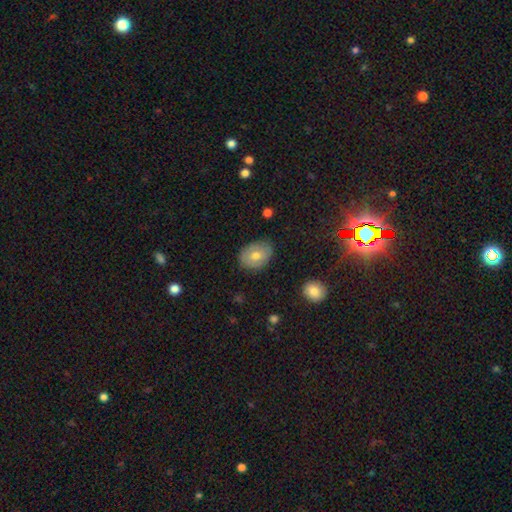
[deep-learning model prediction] This appears to be a smooth galaxy with no disk features (68%) that is in between round and cigar-shaped (70%). Merging: none (79%).